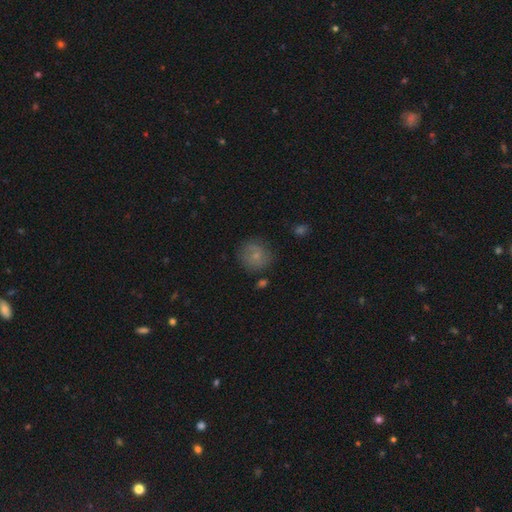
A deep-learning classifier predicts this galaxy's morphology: Smooth or featured? Predicted: smooth (p=0.68). How rounded? Predicted: round (p=0.86). Merging? Predicted: none (p=0.72).